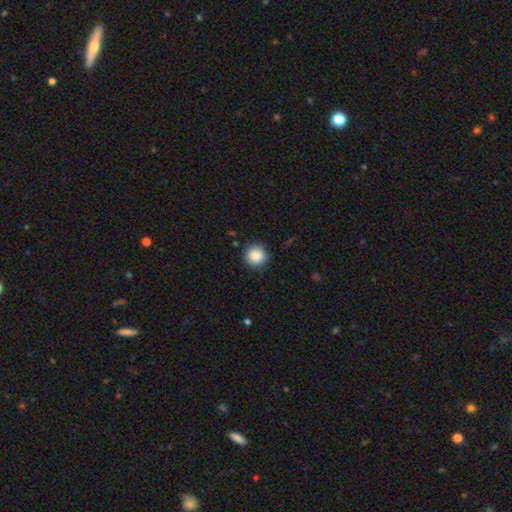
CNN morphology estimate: smooth_or_featured: smooth (p=0.87) [alt: star or artifact p=0.09]
how_rounded: round (p=0.93) [alt: in between p=0.06]
merging: none (p=0.86) [alt: minor disturbance p=0.10]